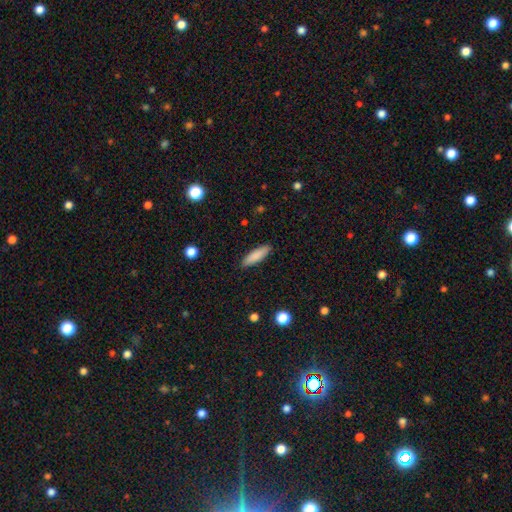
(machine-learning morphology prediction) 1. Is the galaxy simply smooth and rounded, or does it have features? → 85% smooth, 9% featured or disk, 6% star or artifact.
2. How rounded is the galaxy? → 64% cigar-shaped, 35% in between, 2% round.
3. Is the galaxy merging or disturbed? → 89% none, 8% minor disturbance, 2% major disturbance, 1% merger.